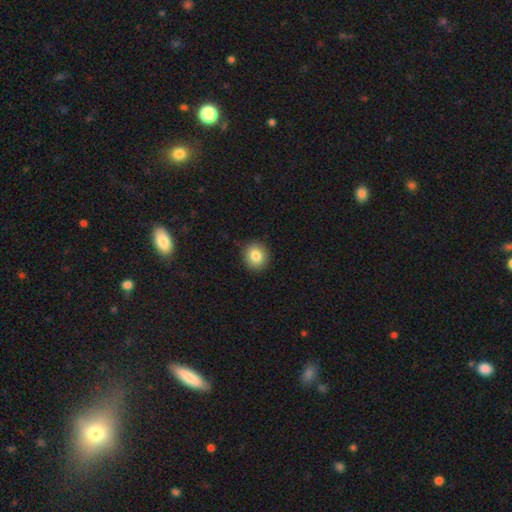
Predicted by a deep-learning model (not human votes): A smooth galaxy with no disk features (84%) that is round (83%).

Vote fractions:
- Smooth or featured? smooth: 84% / star or artifact: 9% / featured or disk: 7%
- How rounded? round: 83% / in between: 16% / cigar-shaped: 1%
- Merging? none: 88% / minor disturbance: 9% / major disturbance: 2% / merger: 1%